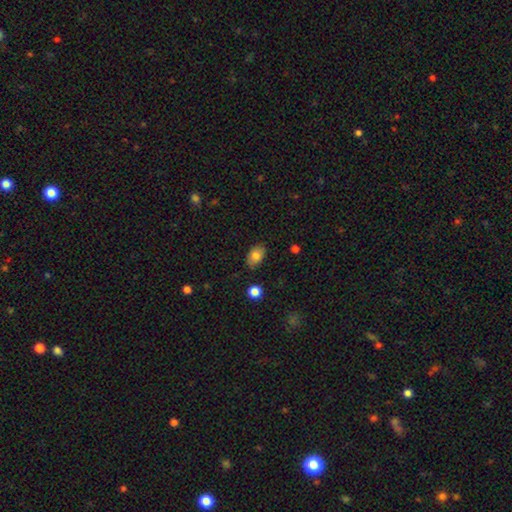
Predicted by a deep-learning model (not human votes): Smooth or featured: smooth — 83% (star or artifact — 9%)
How rounded: in between — 85% (round — 13%)
Merging: none — 81% (minor disturbance — 14%)